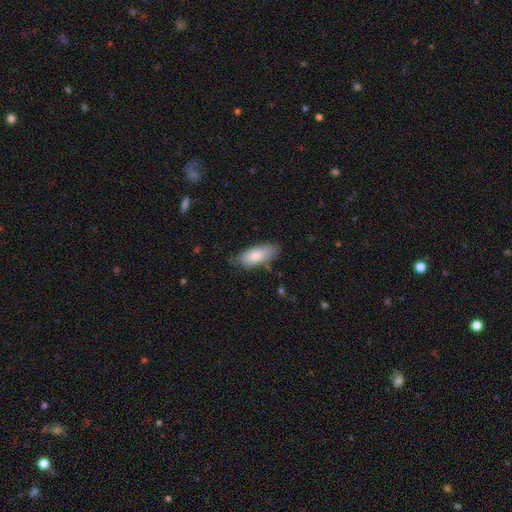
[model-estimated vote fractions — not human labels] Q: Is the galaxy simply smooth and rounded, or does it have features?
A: smooth — 79%.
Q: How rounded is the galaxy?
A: in between — 84%.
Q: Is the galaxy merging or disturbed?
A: none — 69%.